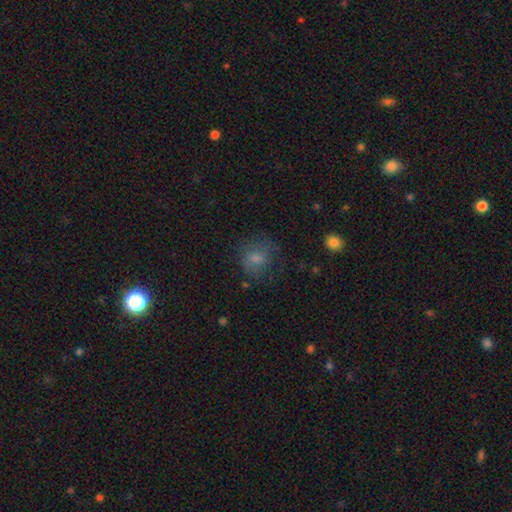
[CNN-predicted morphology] Overall: smooth (53%; star or artifact 25%). How rounded: round (78%). Merging: none (72%).